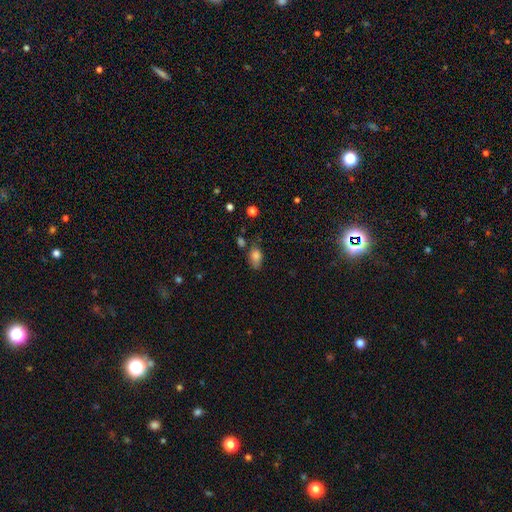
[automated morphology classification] This is clearly a smooth galaxy (81%). How rounded: clearly in between (84%). Merging: possibly none (55%).